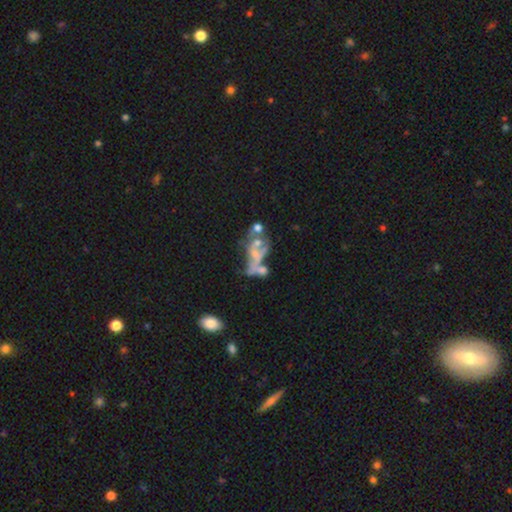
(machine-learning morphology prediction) This appears to be a featured or disk galaxy (59%) with no bar (87%), no spiral arms (84%) and no central bulge (59%). Merging: merger (45%).